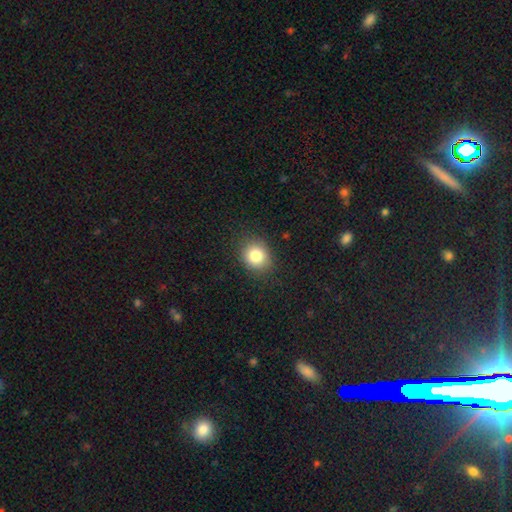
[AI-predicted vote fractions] Smooth or featured? Predicted: smooth (p=0.83). How rounded? Predicted: round (p=0.68). Merging? Predicted: none (p=0.86).